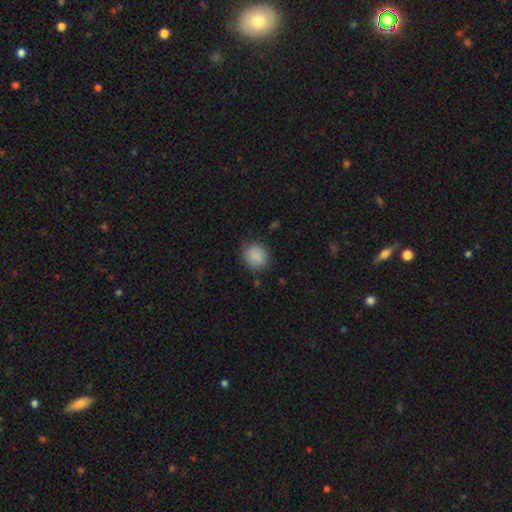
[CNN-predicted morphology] Overall: smooth (88%). How rounded: round (81%). Merging: none (81%).